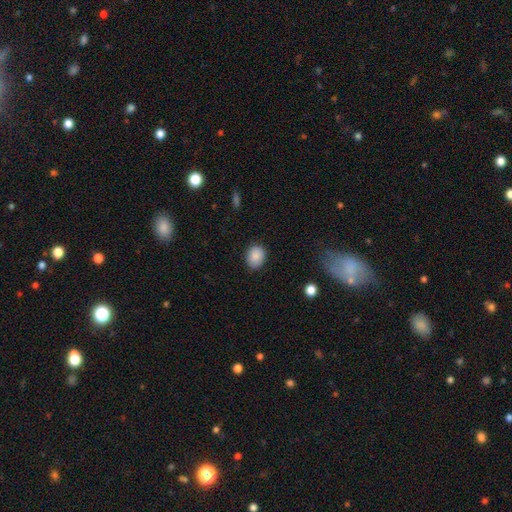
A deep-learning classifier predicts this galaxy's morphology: This appears to be a smooth galaxy with no disk features (88%) that is in between round and cigar-shaped (50%). Merging: none (82%).